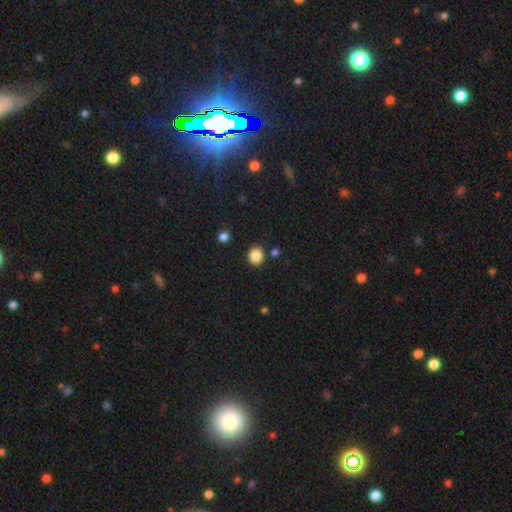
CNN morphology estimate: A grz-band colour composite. It shows a smooth galaxy with no disk features (87%) that is round (82%). Merging: none (87%).